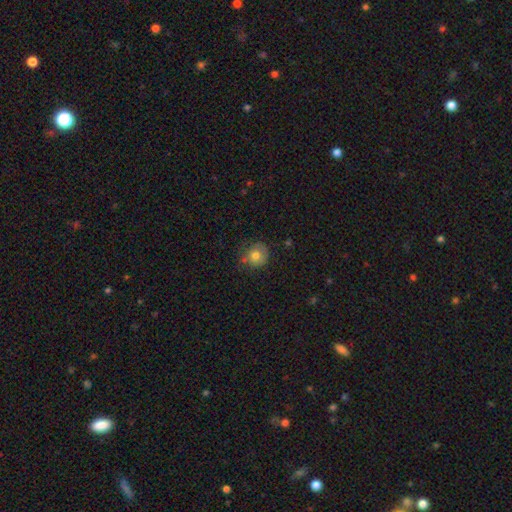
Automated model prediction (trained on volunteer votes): A smooth galaxy with no disk features (68%) that is round (82%). Merging: none (63%).